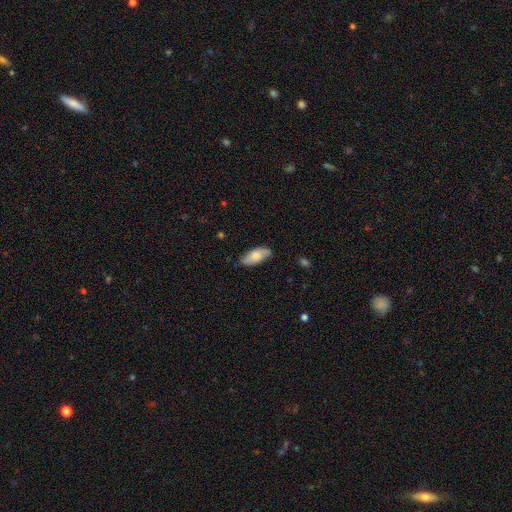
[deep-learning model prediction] Smooth or featured: smooth — 68% (featured or disk — 25%)
How rounded: in between — 87% (cigar-shaped — 11%)
Merging: none — 78% (minor disturbance — 17%)